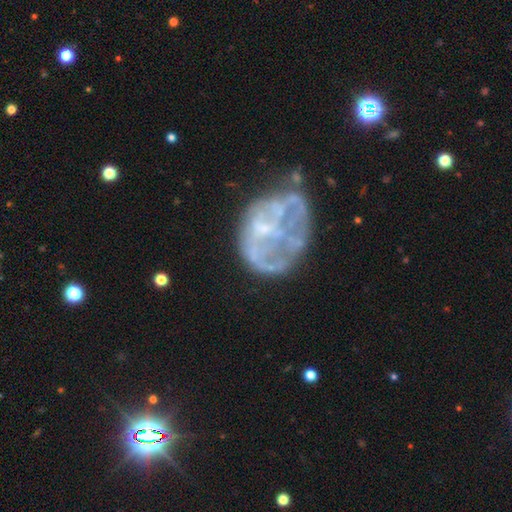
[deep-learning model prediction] smooth_or_featured: featured or disk (p=0.66) [alt: smooth p=0.21]
disk_edge_on: no (p=0.97) [alt: yes p=0.03]
bar: no (p=0.73) [alt: weak p=0.19]
has_spiral_arms: no (p=0.66) [alt: yes p=0.34]
bulge_size: none (p=0.49) [alt: small p=0.27]
merging: none (p=0.39) [alt: major disturbance p=0.32]